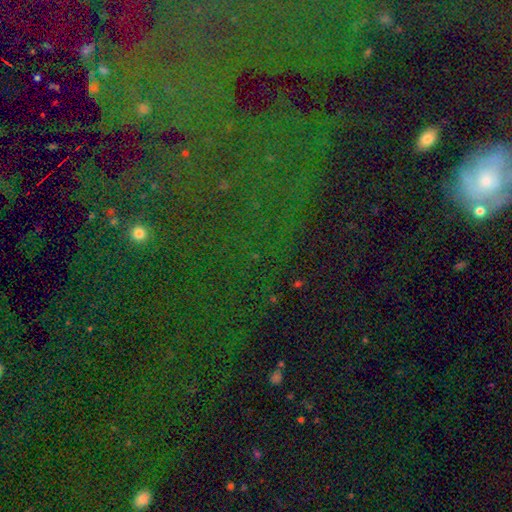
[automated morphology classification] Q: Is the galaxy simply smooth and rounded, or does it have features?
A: star or artifact — 71%.